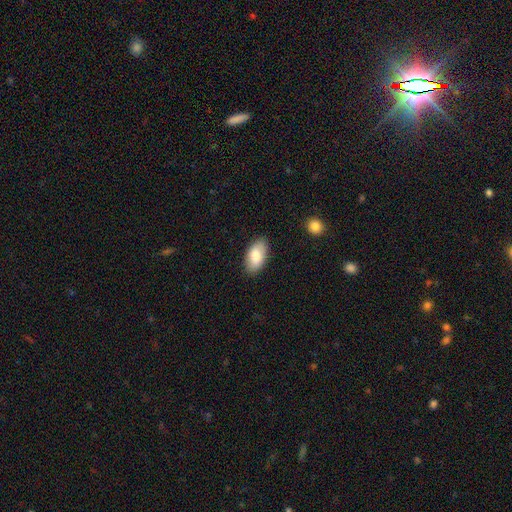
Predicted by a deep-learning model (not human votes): Smooth or featured? smooth (82%)
How rounded? in between (94%)
Merging? none (86%)